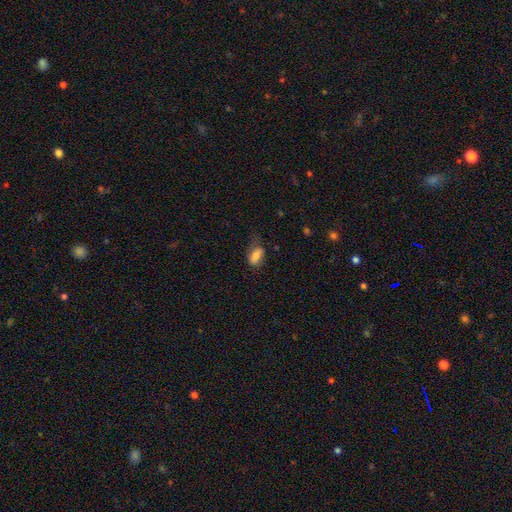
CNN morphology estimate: A smooth galaxy with no disk features (76%) that is in between round and cigar-shaped (87%). Merging: none (47%).